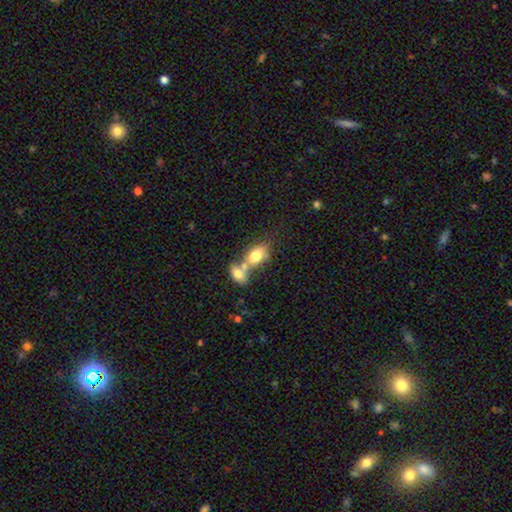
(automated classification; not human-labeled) Morphology: type=smooth (75%); roundness=in between (84%); merging=merger (59%).